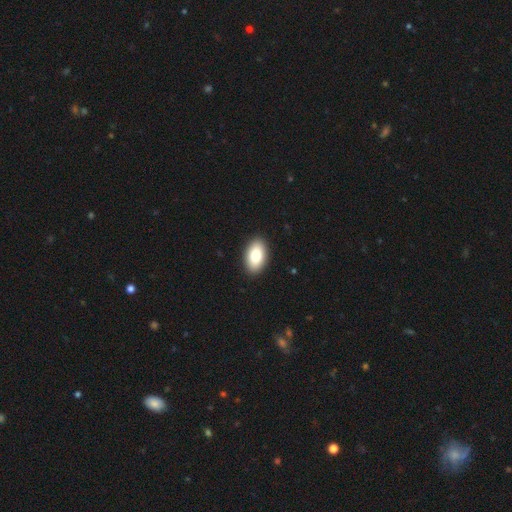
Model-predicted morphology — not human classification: type=smooth (83%); roundness=in between (94%); merging=none (91%).